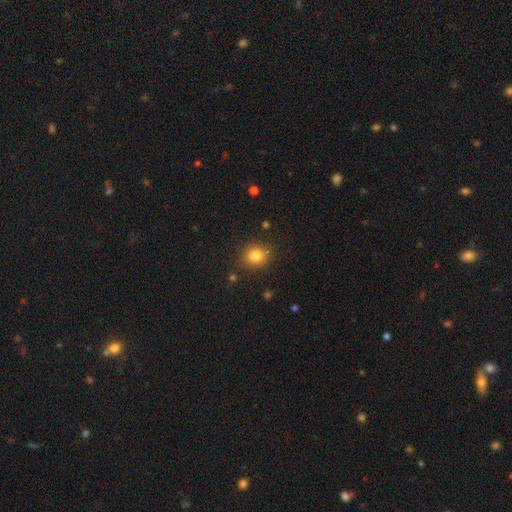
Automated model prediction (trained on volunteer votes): Overall: smooth (83%). How rounded: round (79%). Merging: none (87%).